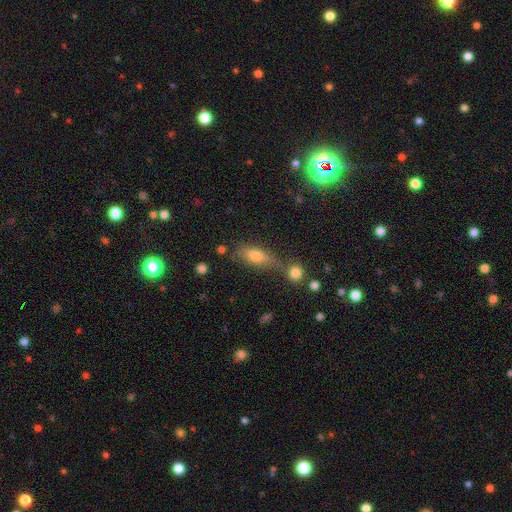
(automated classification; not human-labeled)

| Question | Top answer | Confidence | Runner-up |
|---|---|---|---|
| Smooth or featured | smooth | 66% | featured or disk (24%) |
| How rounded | in between | 66% | cigar-shaped (29%) |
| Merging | none | 58% | minor disturbance (18%) |